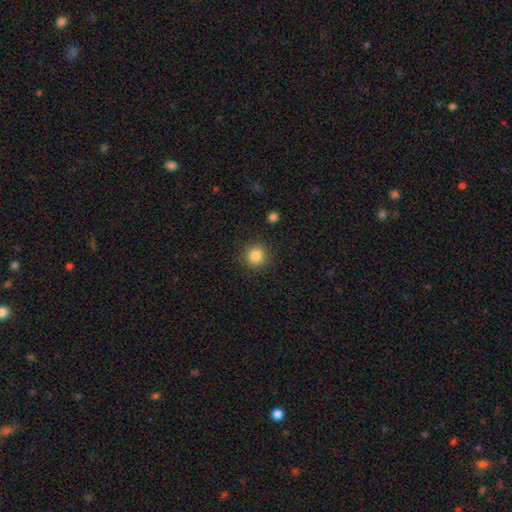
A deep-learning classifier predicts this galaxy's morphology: Smooth or featured? Predicted: smooth (p=0.84). How rounded? Predicted: round (p=0.94). Merging? Predicted: none (p=0.90).